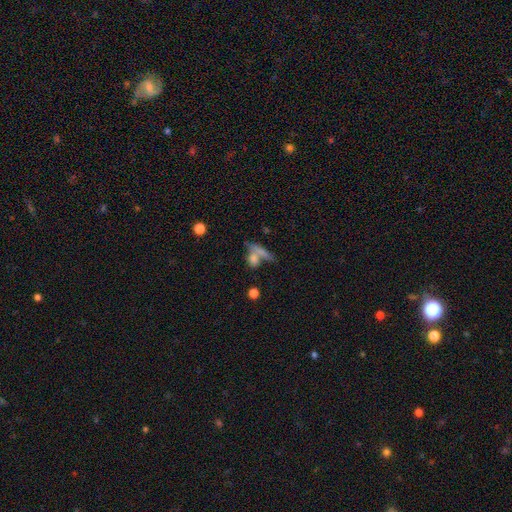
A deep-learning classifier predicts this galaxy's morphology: The model was most divided on "merging": merger: 43%, none: 39%, minor disturbance: 10%, major disturbance: 8%. Remaining: smooth or featured — smooth (71%); how rounded — in between (47%).